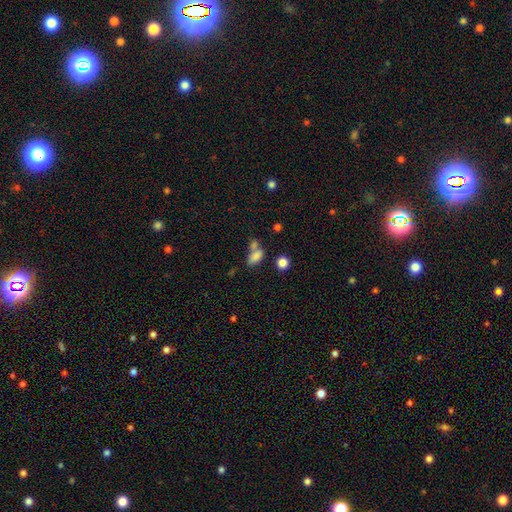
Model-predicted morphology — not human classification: Q: Smooth or featured?
A: smooth (80%); runner-up: star or artifact (11%)
Q: How rounded?
A: in between (84%); runner-up: round (9%)
Q: Merging?
A: merger (40%); runner-up: none (39%)